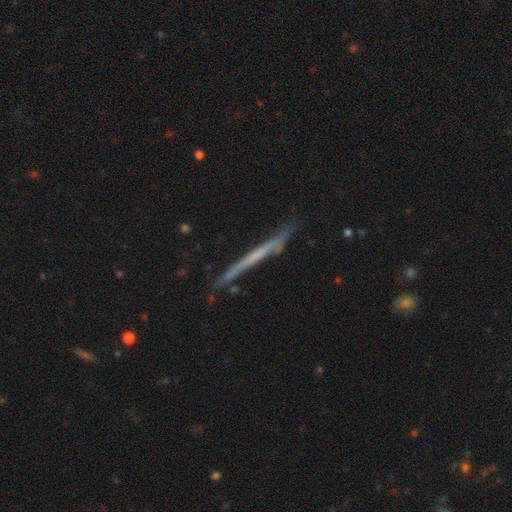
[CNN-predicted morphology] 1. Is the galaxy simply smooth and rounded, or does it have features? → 59% featured or disk, 34% smooth, 7% star or artifact.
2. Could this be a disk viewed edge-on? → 95% yes, 5% no.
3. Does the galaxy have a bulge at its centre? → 88% none, 8% rounded, 4% boxy.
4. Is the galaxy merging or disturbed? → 80% none, 15% minor disturbance, 3% major disturbance, 2% merger.